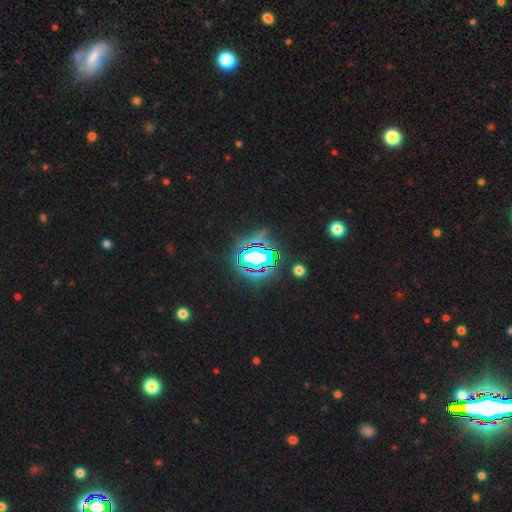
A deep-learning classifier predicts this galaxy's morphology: Smooth or featured? Predicted: star or artifact (p=0.71).